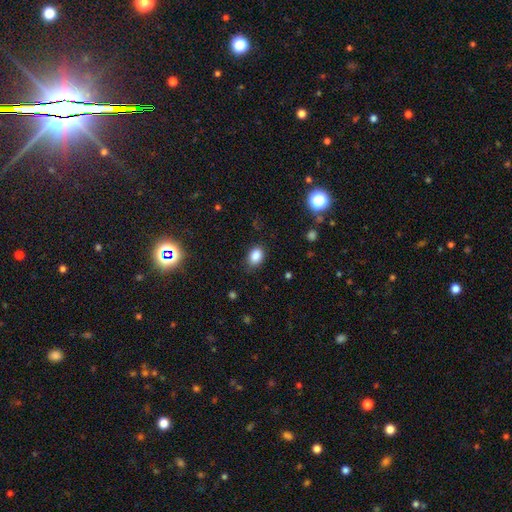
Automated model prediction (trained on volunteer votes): Overall: smooth (85%). How rounded: in between (75%). Merging: none (80%).